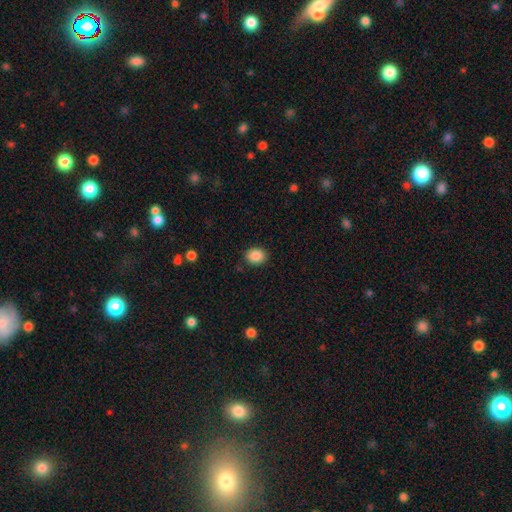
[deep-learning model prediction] Overall: smooth (88%). How rounded: round (56%; in between 43%). Merging: none (88%).